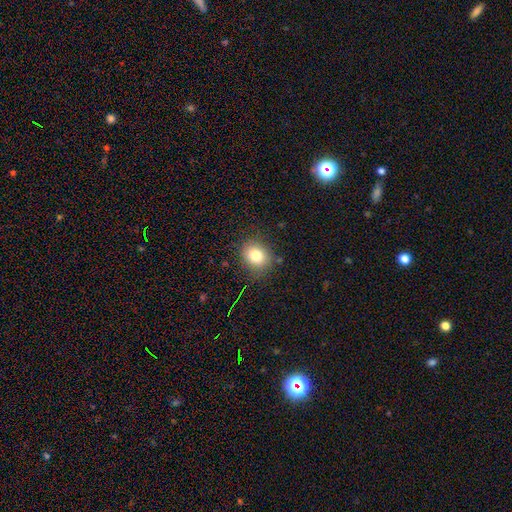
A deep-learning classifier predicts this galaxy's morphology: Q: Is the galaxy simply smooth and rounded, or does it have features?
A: smooth — 78%.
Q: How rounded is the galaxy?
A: round — 65%.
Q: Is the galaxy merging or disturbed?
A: none — 83%.